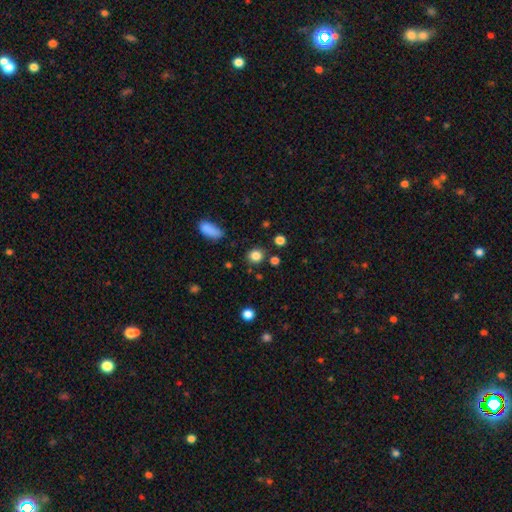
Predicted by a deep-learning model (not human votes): This is clearly a smooth galaxy (83%). How rounded: clearly round (81%). Merging: clearly none (84%).